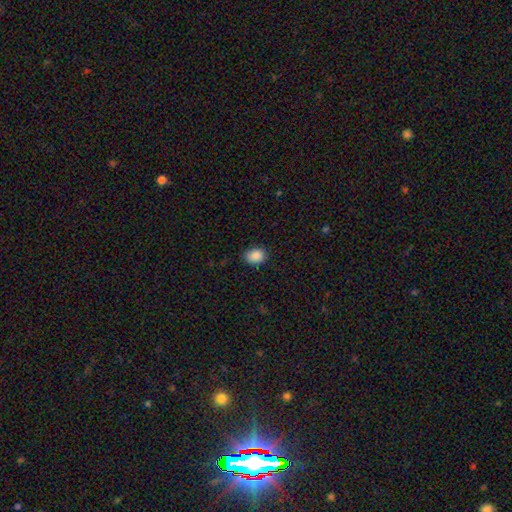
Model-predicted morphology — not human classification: Smooth or featured? Predicted: smooth (p=0.89). How rounded? Predicted: in between (p=0.61). Merging? Predicted: none (p=0.83).